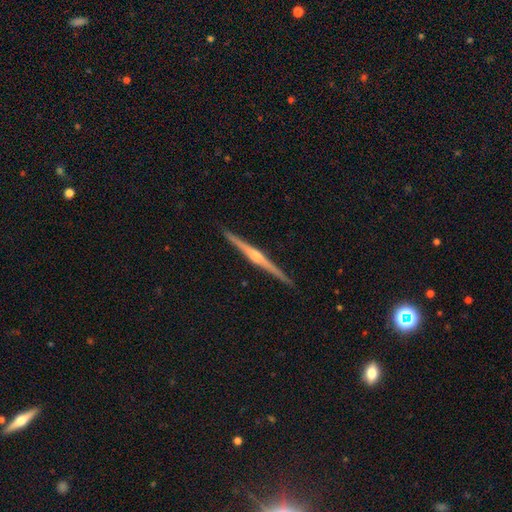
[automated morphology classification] Smooth or featured? Predicted: featured or disk (p=0.85). Edge-on disk? Predicted: yes (p=0.99). Edge-on bulge? Predicted: rounded (p=0.81). Merging? Predicted: none (p=0.93).